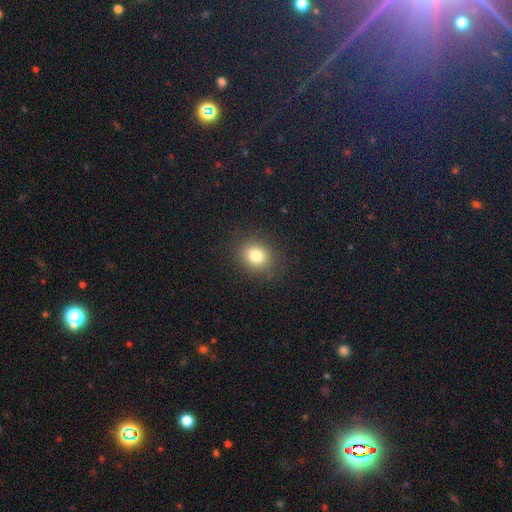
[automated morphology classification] Q: Smooth or featured?
A: smooth (80%); runner-up: star or artifact (12%)
Q: How rounded?
A: round (64%); runner-up: in between (36%)
Q: Merging?
A: none (88%); runner-up: minor disturbance (8%)